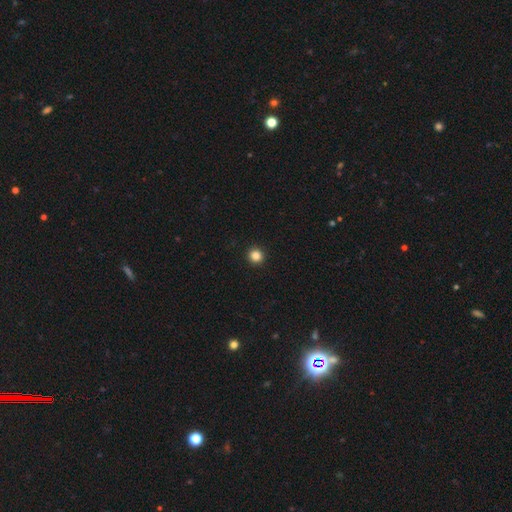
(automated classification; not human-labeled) Q: Smooth or featured?
A: smooth (85%); runner-up: star or artifact (11%)
Q: How rounded?
A: round (95%); runner-up: in between (4%)
Q: Merging?
A: none (94%); runner-up: minor disturbance (4%)